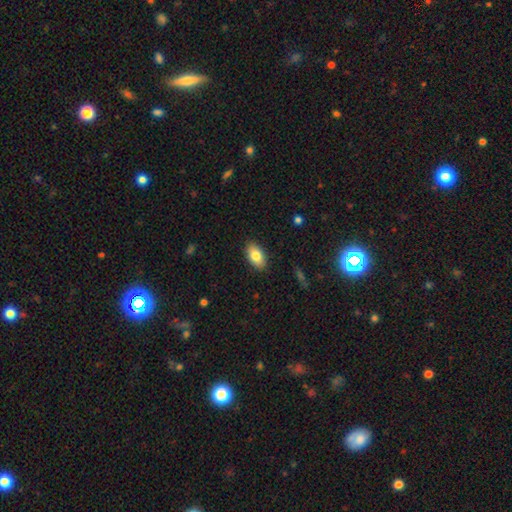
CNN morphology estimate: Overall: smooth (82%). How rounded: in between (93%). Merging: none (88%).